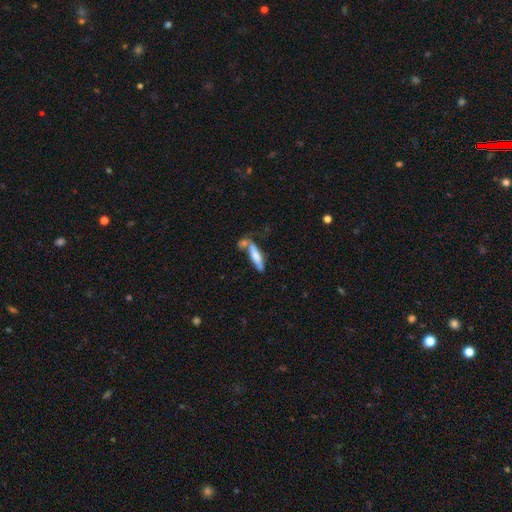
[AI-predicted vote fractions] This is likely a smooth galaxy (61%). How rounded: likely cigar-shaped (75%). Merging: possibly none (51%).